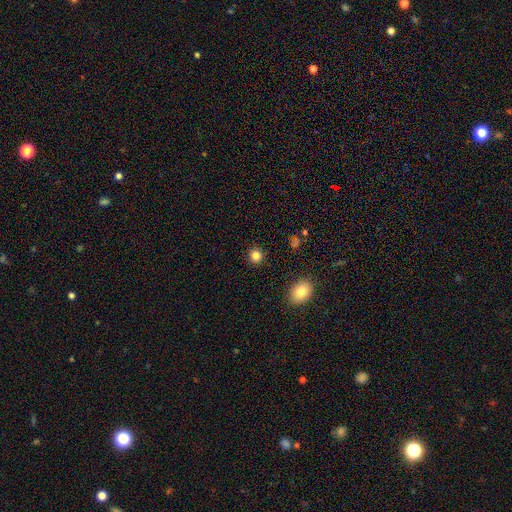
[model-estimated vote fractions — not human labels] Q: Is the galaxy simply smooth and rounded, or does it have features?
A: smooth — 83%.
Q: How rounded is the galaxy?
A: round — 89%.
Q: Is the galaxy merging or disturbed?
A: none — 91%.